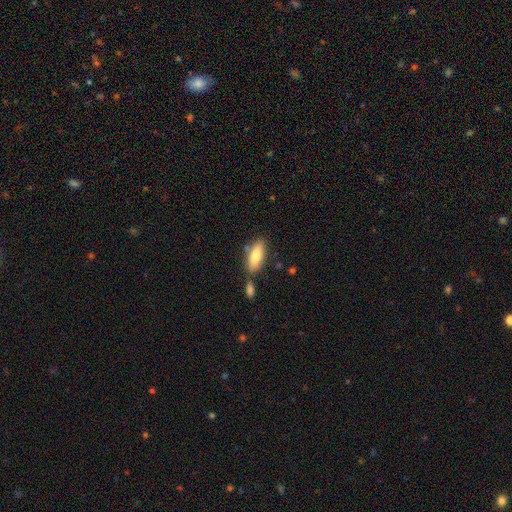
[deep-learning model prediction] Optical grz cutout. It shows a smooth galaxy with no disk features (79%) that is in between round and cigar-shaped (76%). Merging: none (68%).